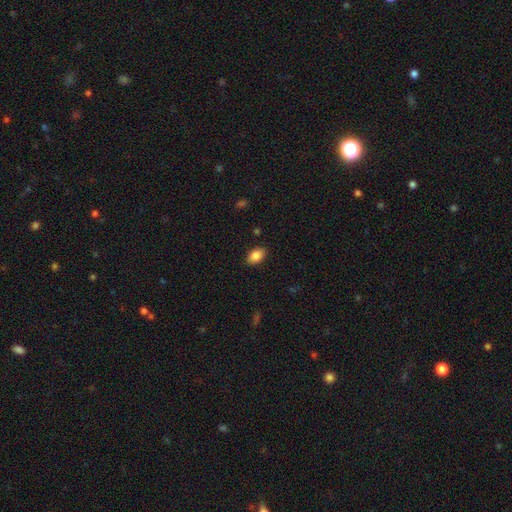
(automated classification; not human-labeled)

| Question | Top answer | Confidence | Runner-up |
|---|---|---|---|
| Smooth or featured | smooth | 85% | star or artifact (8%) |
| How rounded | in between | 89% | round (9%) |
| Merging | none | 87% | minor disturbance (9%) |